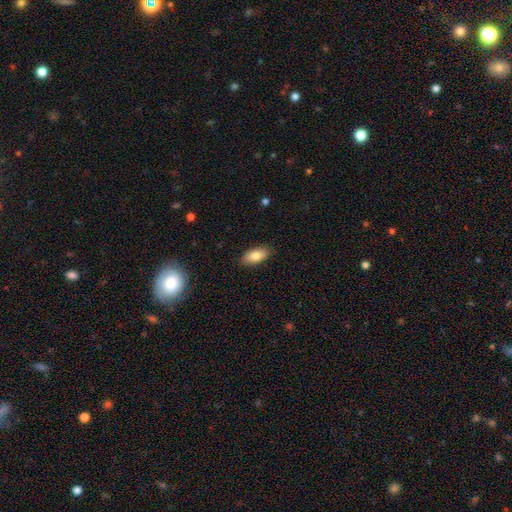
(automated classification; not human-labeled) A smooth galaxy with no disk features (83%) that is in between round and cigar-shaped (90%).

Vote fractions:
- Smooth or featured? smooth: 83% / featured or disk: 10% / star or artifact: 7%
- How rounded? in between: 90% / cigar-shaped: 7% / round: 3%
- Merging? none: 87% / minor disturbance: 10% / major disturbance: 2% / merger: 1%